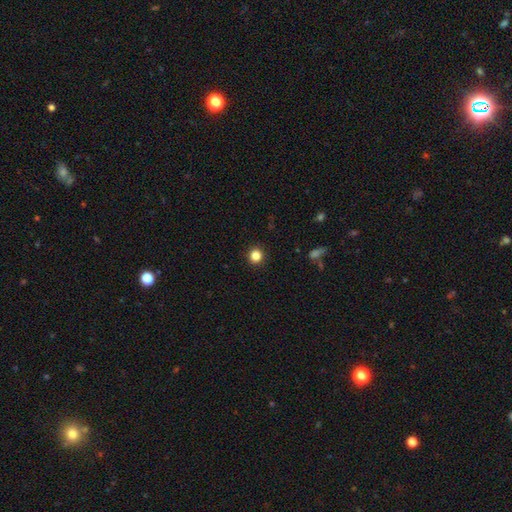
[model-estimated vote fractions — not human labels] Morphology: type=smooth (85%); roundness=round (93%); merging=none (92%).